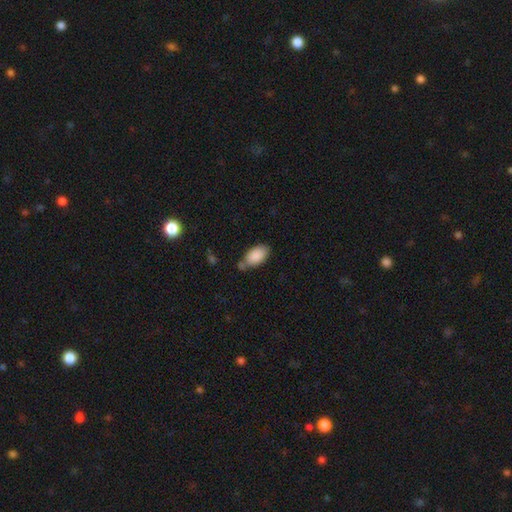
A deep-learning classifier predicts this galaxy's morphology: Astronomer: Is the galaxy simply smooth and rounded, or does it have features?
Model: smooth — 88%.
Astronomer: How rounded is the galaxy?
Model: in between — 94%.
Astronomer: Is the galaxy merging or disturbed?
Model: none — 61%.